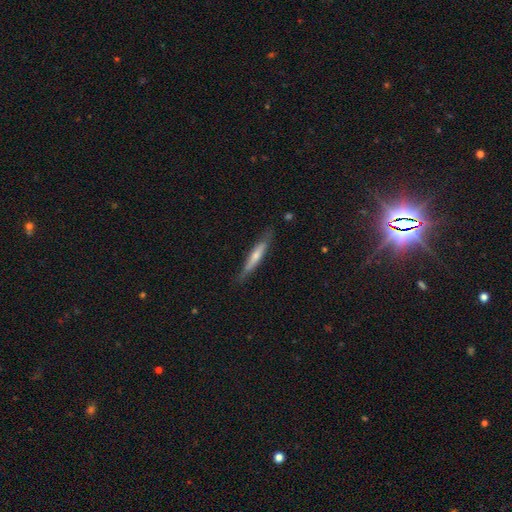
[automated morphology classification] smooth_or_featured: featured or disk (p=0.49) [alt: smooth p=0.45]
merging: none (p=0.82) [alt: minor disturbance p=0.14]